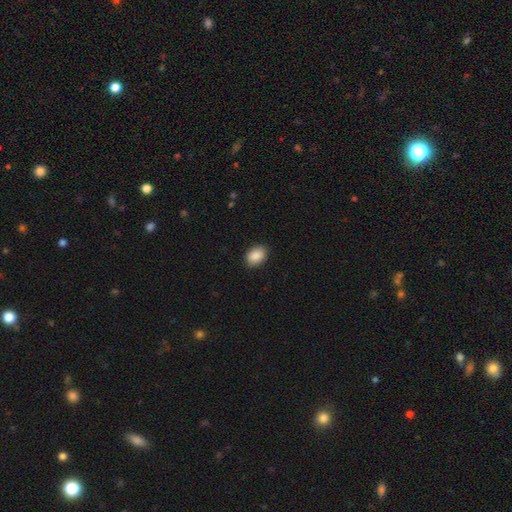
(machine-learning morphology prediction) Smooth or featured: smooth — 89% (star or artifact — 7%)
How rounded: in between — 81% (round — 18%)
Merging: none — 89% (minor disturbance — 8%)